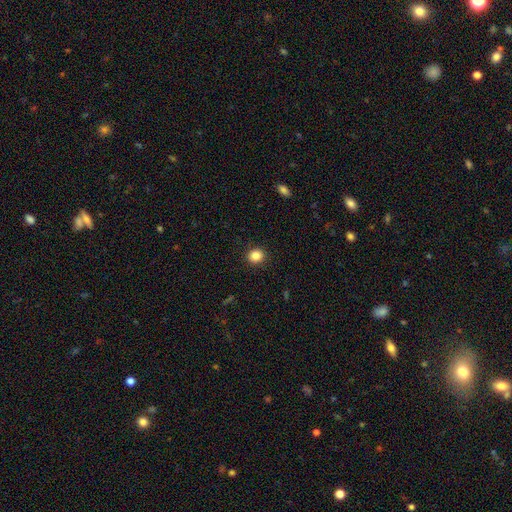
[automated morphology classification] Q: Smooth or featured?
A: smooth (85%); runner-up: star or artifact (11%)
Q: How rounded?
A: round (87%); runner-up: in between (12%)
Q: Merging?
A: none (92%); runner-up: minor disturbance (5%)